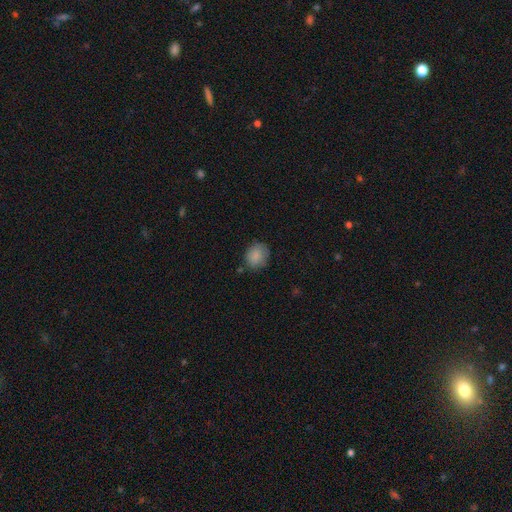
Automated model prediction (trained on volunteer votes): Morphology: type=smooth (87%); roundness=round (62%); merging=none (74%).